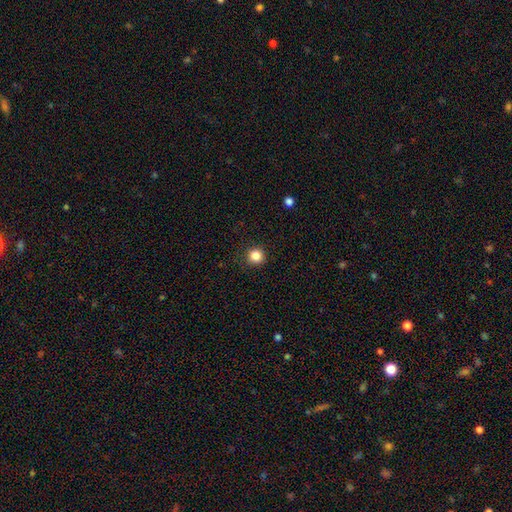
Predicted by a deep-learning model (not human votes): Morphology: type=smooth (85%); roundness=round (94%); merging=none (91%).